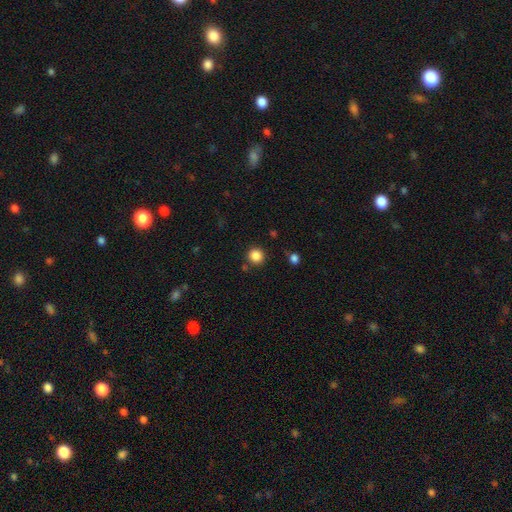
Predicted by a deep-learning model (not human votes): smooth 86%, star or artifact 11%, featured or disk 3%. Down the decision tree: how rounded — round (93%); merging — none (86%).